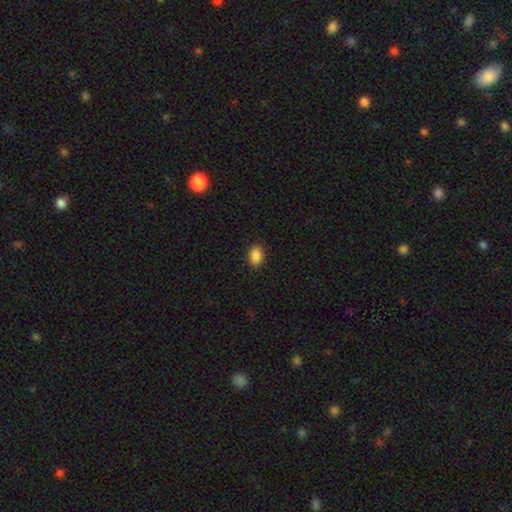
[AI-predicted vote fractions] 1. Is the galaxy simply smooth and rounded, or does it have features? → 88% smooth, 8% star or artifact, 3% featured or disk.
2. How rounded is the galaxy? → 82% in between, 17% round, 1% cigar-shaped.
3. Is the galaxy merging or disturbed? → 90% none, 7% minor disturbance, 2% major disturbance, 1% merger.